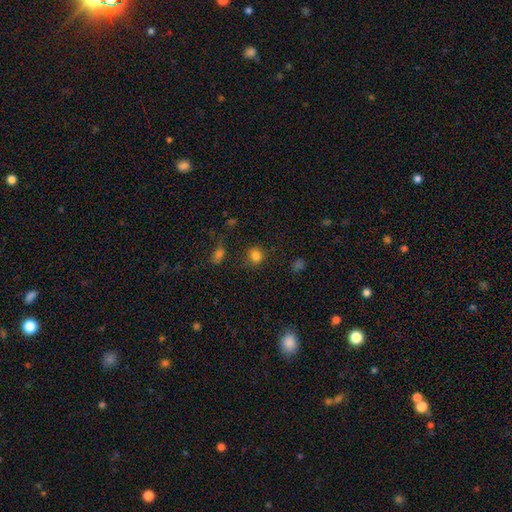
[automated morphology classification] smooth_or_featured: smooth (p=0.82) [alt: star or artifact p=0.13]
how_rounded: round (p=0.87) [alt: in between p=0.12]
merging: none (p=0.81) [alt: minor disturbance p=0.11]